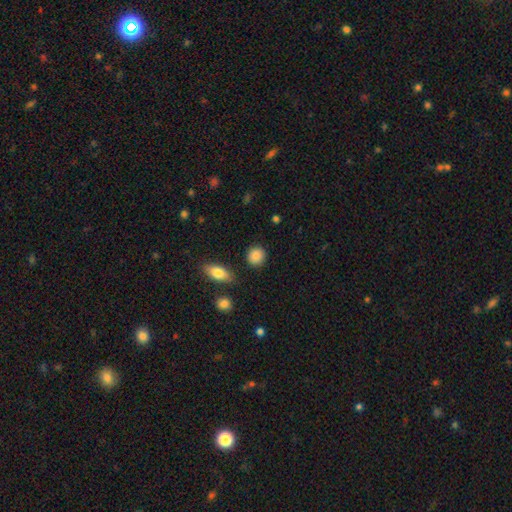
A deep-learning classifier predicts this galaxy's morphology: smooth-or-featured: smooth: 87% | star or artifact: 8% | featured or disk: 5%
  how-rounded: round: 83% | in between: 15% | cigar-shaped: 2%
  merging: none: 88% | minor disturbance: 7% | major disturbance: 2% | merger: 2%